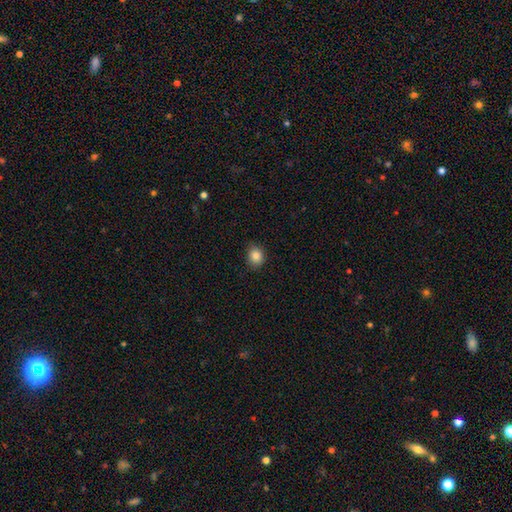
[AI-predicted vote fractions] smooth 85%, star or artifact 10%, featured or disk 5%. Down the decision tree: how rounded — round (67%); merging — none (83%).